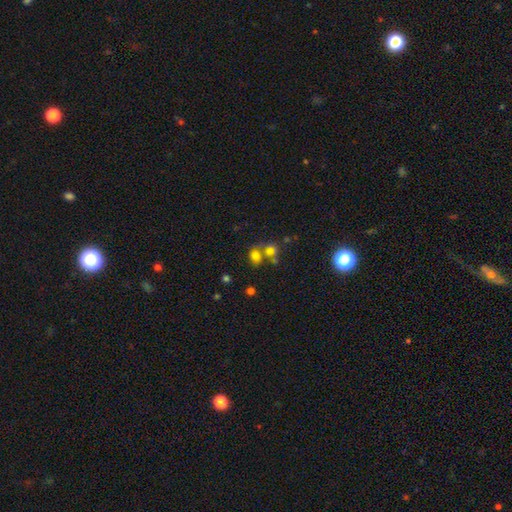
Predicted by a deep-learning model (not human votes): smooth 67%, star or artifact 18%, featured or disk 15%. Down the decision tree: how rounded — in between (54%); merging — merger (42%).